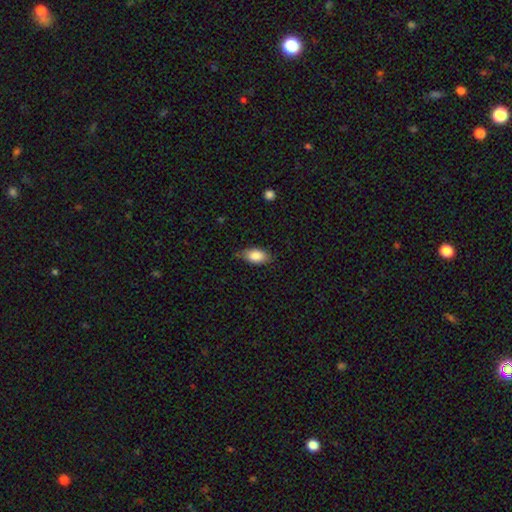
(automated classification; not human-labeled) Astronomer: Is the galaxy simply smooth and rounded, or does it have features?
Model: smooth — 86%.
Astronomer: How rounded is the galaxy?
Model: in between — 92%.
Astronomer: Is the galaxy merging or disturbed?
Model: none — 79%.